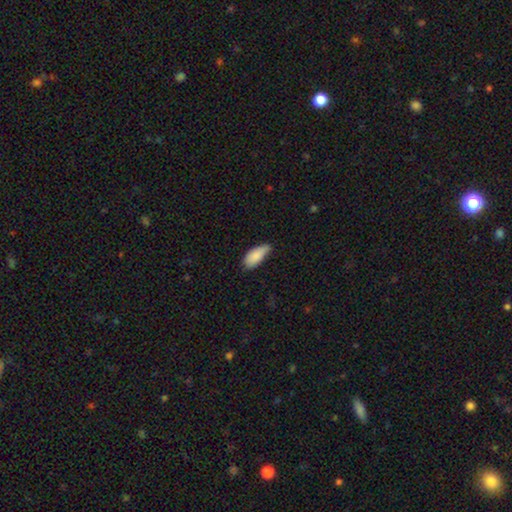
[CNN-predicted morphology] smooth 87%, featured or disk 6%, star or artifact 6%. Down the decision tree: how rounded — in between (87%); merging — none (53%).